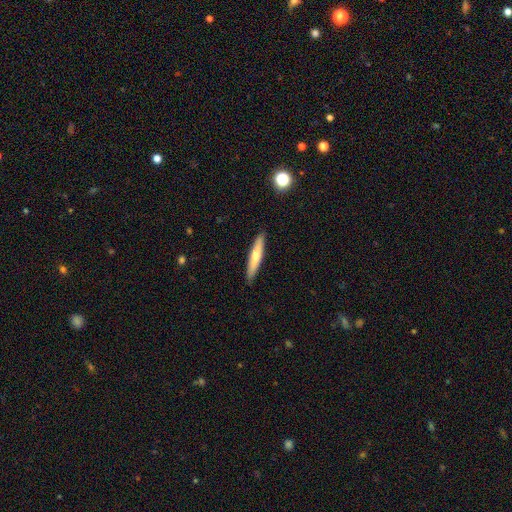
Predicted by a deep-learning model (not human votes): This appears to be a smooth galaxy with no disk features (57%) that is cigar-shaped (88%). Merging: none (90%).